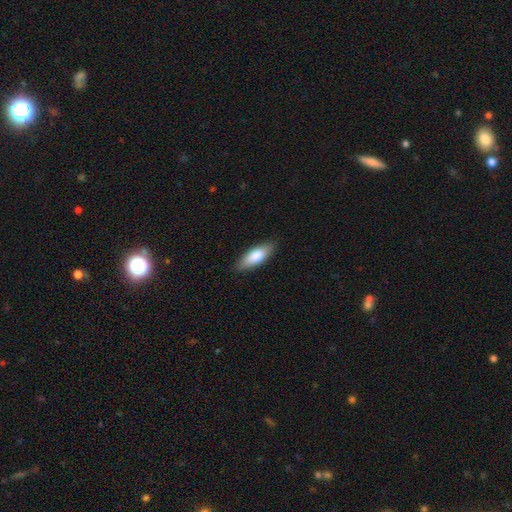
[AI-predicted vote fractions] smooth-or-featured: smooth: 73% | featured or disk: 21% | star or artifact: 5%
  how-rounded: in between: 63% | cigar-shaped: 35% | round: 2%
  merging: none: 87% | minor disturbance: 10% | major disturbance: 2% | merger: 1%